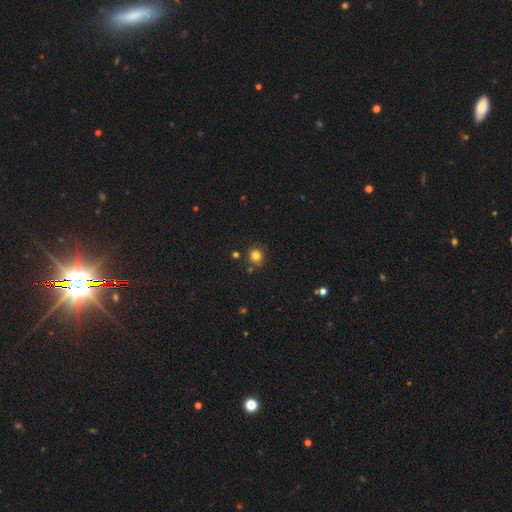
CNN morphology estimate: The model was most divided on "smooth or featured": smooth: 81%, star or artifact: 14%, featured or disk: 5%. More confident: how rounded — round (91%); merging — none (81%).